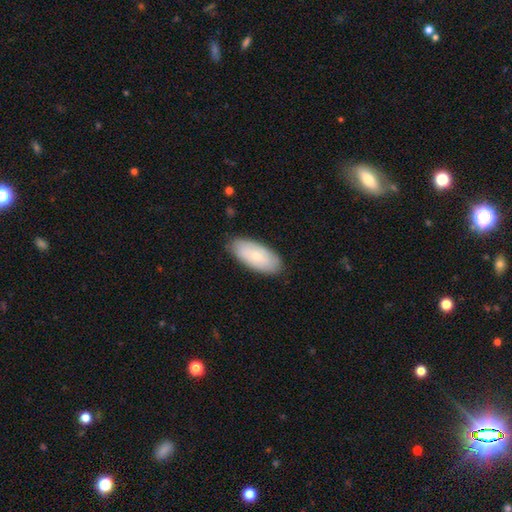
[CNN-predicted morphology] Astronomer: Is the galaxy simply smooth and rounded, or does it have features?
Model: smooth — 68%.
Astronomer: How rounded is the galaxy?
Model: in between — 90%.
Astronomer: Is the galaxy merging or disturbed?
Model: none — 84%.